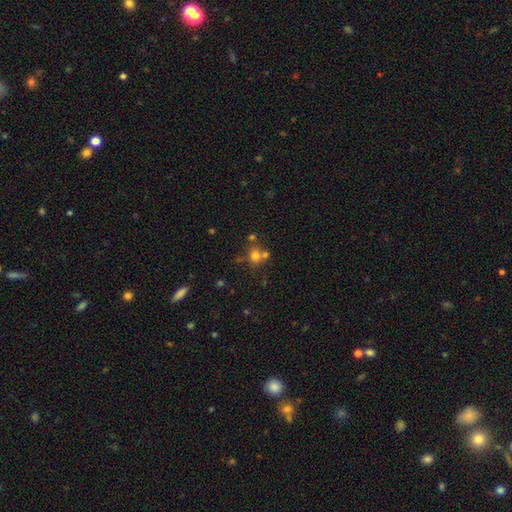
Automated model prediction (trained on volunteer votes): smooth-or-featured: smooth: 69% | star or artifact: 19% | featured or disk: 12%
  how-rounded: round: 86% | in between: 13% | cigar-shaped: 1%
  merging: none: 56% | merger: 31% | minor disturbance: 9% | major disturbance: 4%